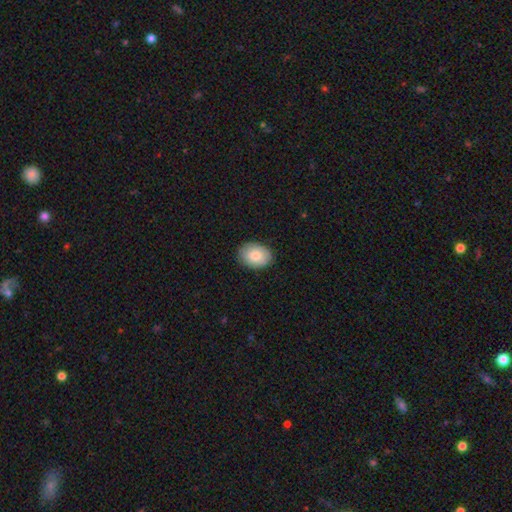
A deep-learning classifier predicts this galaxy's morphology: This is clearly a smooth galaxy (83%). How rounded: likely in between (77%). Merging: clearly none (87%).